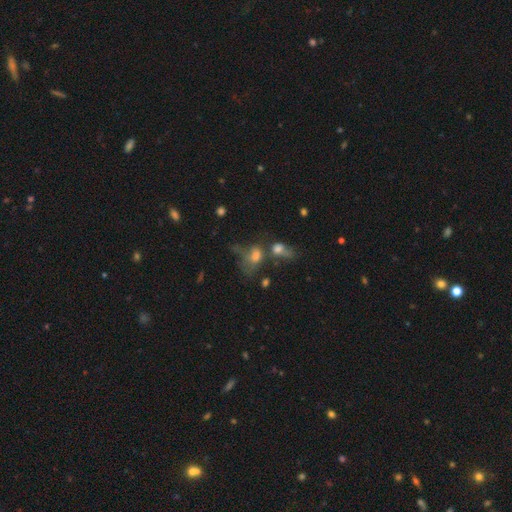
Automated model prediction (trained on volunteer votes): Overall: smooth (51%; featured or disk 26%). How rounded: in between (64%; round 33%). Merging: merger (44%; none 23%).